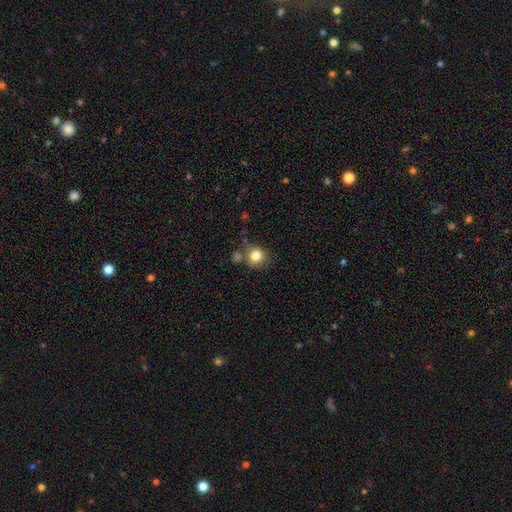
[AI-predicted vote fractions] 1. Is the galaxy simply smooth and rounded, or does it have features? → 83% smooth, 11% star or artifact, 7% featured or disk.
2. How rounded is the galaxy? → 87% round, 12% in between, 1% cigar-shaped.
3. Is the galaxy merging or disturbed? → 70% none, 13% minor disturbance, 13% merger, 4% major disturbance.